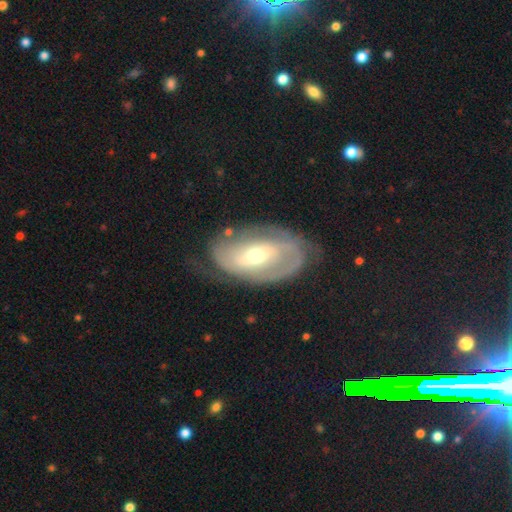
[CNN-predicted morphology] Q: Smooth or featured?
A: featured or disk (79%); runner-up: smooth (15%)
Q: Edge-on disk?
A: no (94%); runner-up: yes (6%)
Q: Bar?
A: weak (39%); runner-up: no (33%)
Q: Spiral arms?
A: yes (83%); runner-up: no (17%)
Q: Spiral winding?
A: tight (51%); runner-up: medium (34%)
Q: Spiral arm count?
A: 2 (57%); runner-up: can't tell (26%)
Q: Bulge size?
A: moderate (56%); runner-up: small (38%)
Q: Merging?
A: none (63%); runner-up: minor disturbance (22%)